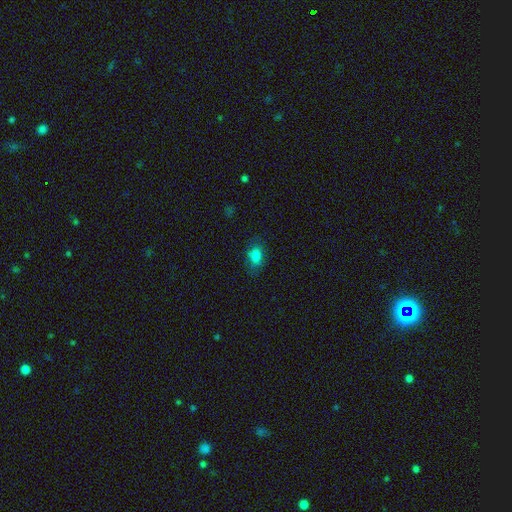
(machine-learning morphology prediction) The model was most divided on "merging": none: 75%, minor disturbance: 18%, major disturbance: 6%, merger: 1%. More confident: smooth or featured — smooth (81%); how rounded — in between (80%).